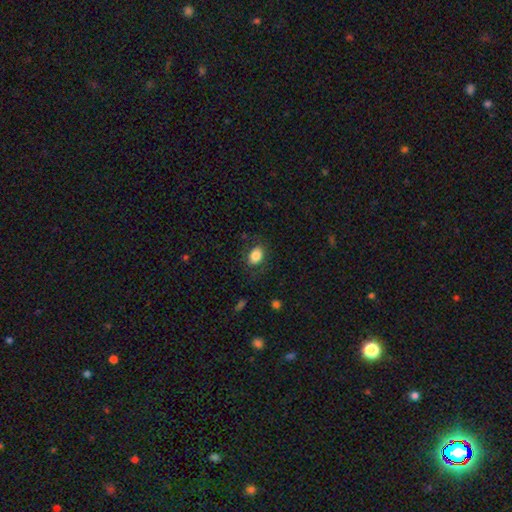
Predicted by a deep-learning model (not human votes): A smooth galaxy with no disk features (83%) that is in between round and cigar-shaped (76%). Merging: none (77%).